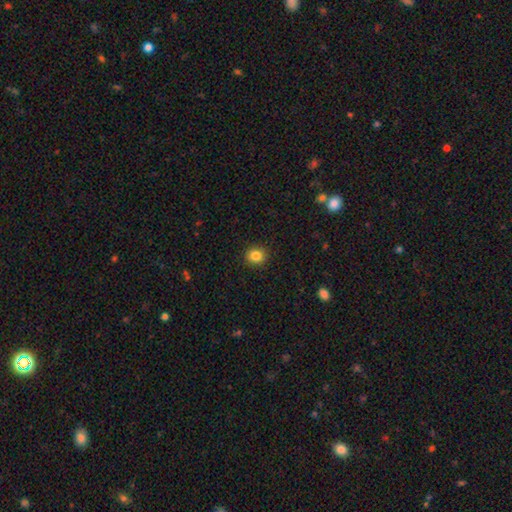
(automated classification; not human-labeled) This appears to be a smooth galaxy with no disk features (85%) that is round (83%). Merging: none (91%).